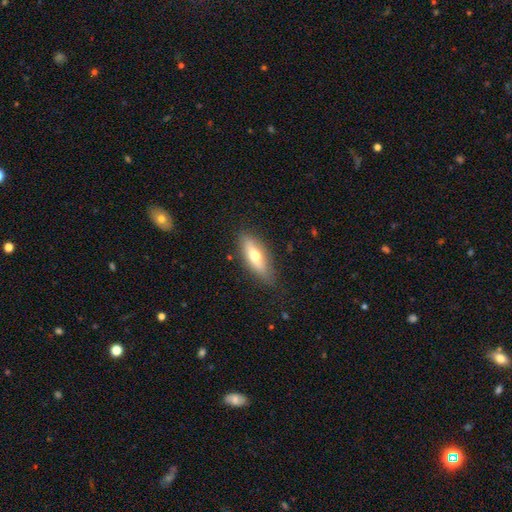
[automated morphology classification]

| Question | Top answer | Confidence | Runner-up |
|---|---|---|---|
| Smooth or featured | smooth | 57% | featured or disk (37%) |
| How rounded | in between | 54% | cigar-shaped (43%) |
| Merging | none | 83% | minor disturbance (12%) |